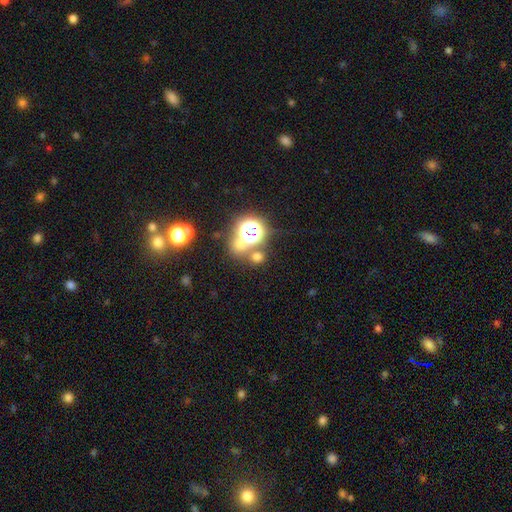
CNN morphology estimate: A star or artifact, not a galaxy (58%).